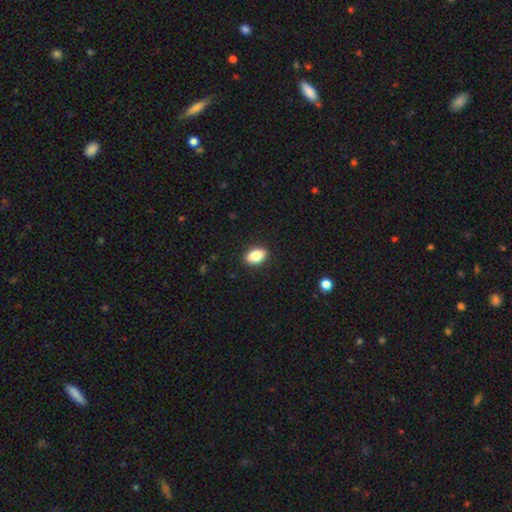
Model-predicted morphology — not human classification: smooth-or-featured: smooth: 86% | star or artifact: 8% | featured or disk: 6%
  how-rounded: in between: 88% | round: 10% | cigar-shaped: 2%
  merging: none: 90% | minor disturbance: 7% | major disturbance: 2% | merger: 1%